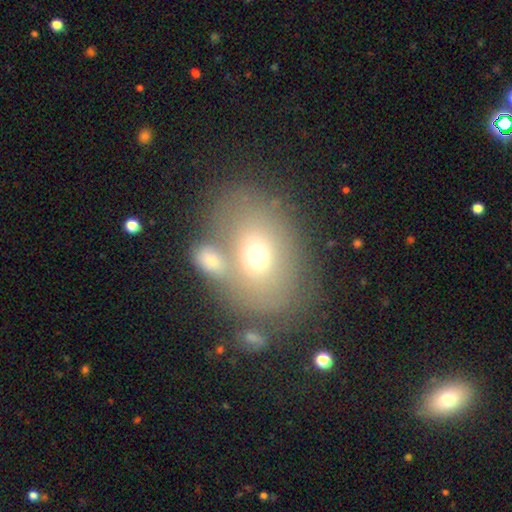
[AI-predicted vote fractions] smooth_or_featured: smooth (p=0.61) [alt: featured or disk p=0.26]
how_rounded: in between (p=0.71) [alt: round p=0.28]
merging: none (p=0.53) [alt: merger p=0.25]